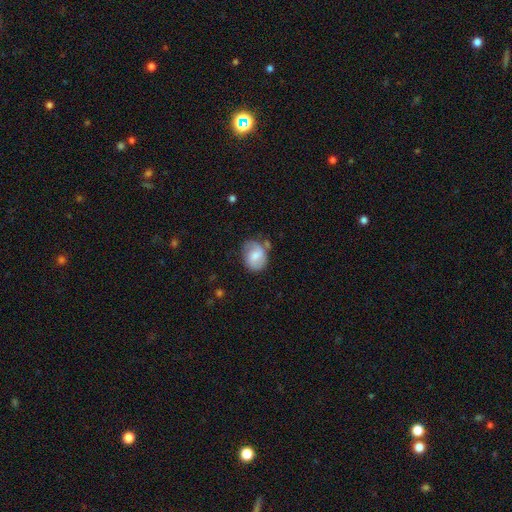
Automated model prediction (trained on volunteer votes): smooth_or_featured: smooth (p=0.46) [tied with: featured or disk p=0.46]
merging: none (p=0.61) [alt: minor disturbance p=0.25]